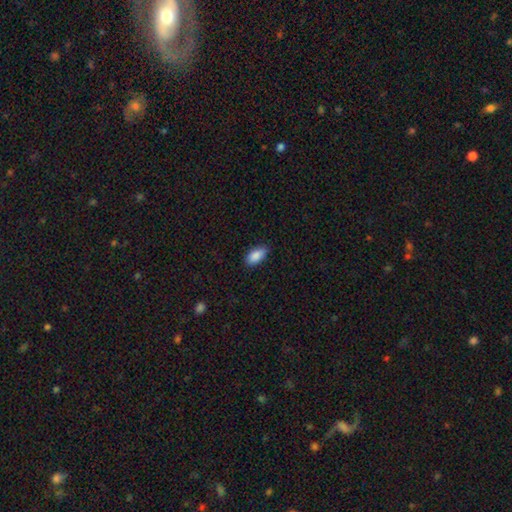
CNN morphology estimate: A smooth galaxy with no disk features (89%) that is in between round and cigar-shaped (91%).

Vote fractions:
- Smooth or featured? smooth: 89% / star or artifact: 7% / featured or disk: 4%
- How rounded? in between: 91% / cigar-shaped: 6% / round: 3%
- Merging? none: 84% / minor disturbance: 13% / major disturbance: 2% / merger: 1%